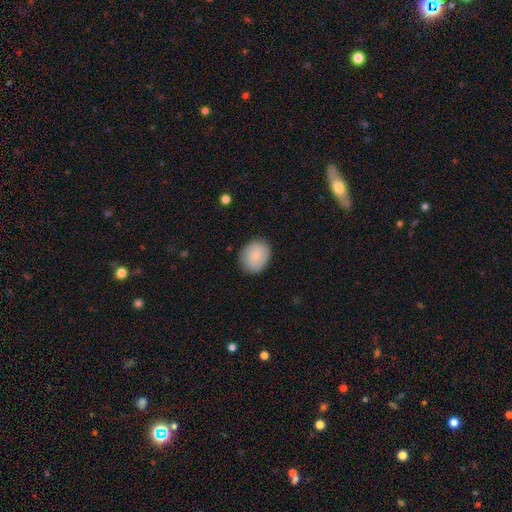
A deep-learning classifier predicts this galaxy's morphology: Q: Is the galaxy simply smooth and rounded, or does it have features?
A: smooth — 84%.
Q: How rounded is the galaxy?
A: round — 52%.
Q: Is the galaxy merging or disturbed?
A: none — 84%.